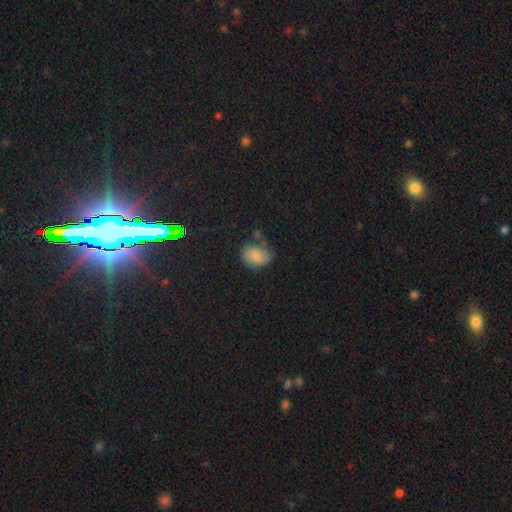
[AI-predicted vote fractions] Smooth or featured: smooth — 70% (featured or disk — 18%)
How rounded: in between — 66% (round — 32%)
Merging: none — 51% (minor disturbance — 30%)